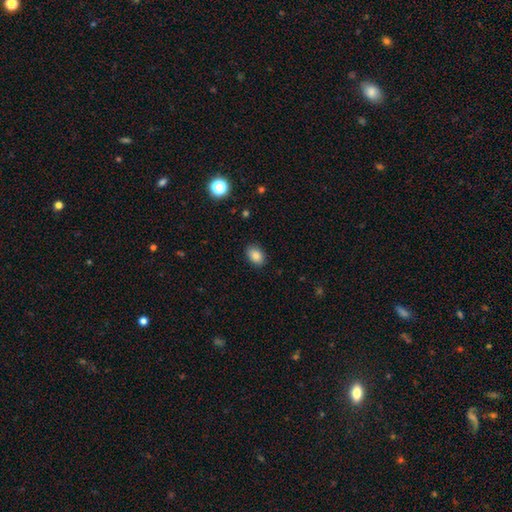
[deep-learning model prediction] smooth-or-featured: smooth: 86% | star or artifact: 9% | featured or disk: 5%
  how-rounded: in between: 78% | round: 21% | cigar-shaped: 1%
  merging: none: 88% | minor disturbance: 9% | major disturbance: 2% | merger: 1%